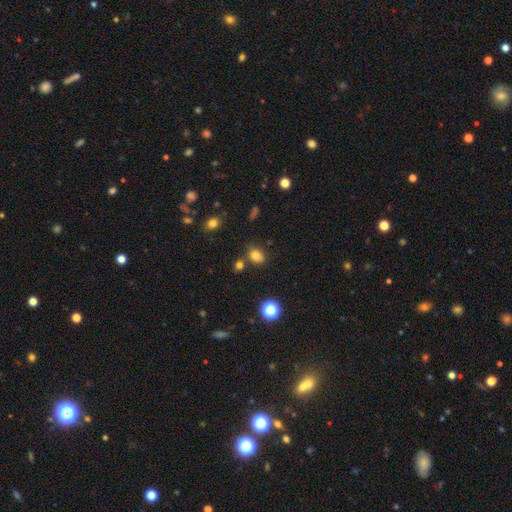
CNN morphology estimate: A smooth galaxy with no disk features (78%) that is in between round and cigar-shaped (59%).

Vote fractions:
- Smooth or featured? smooth: 78% / star or artifact: 14% / featured or disk: 8%
- How rounded? in between: 59% / round: 40% / cigar-shaped: 1%
- Merging? none: 69% / minor disturbance: 16% / merger: 10% / major disturbance: 4%